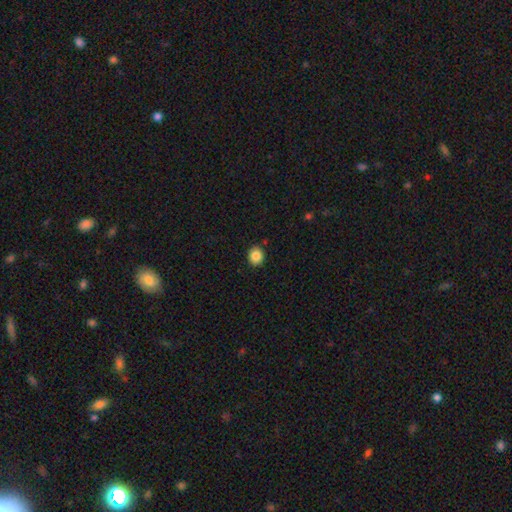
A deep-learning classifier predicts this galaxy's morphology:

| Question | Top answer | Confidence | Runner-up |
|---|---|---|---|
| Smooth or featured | smooth | 86% | star or artifact (9%) |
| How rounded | round | 72% | in between (28%) |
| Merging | none | 89% | minor disturbance (8%) |